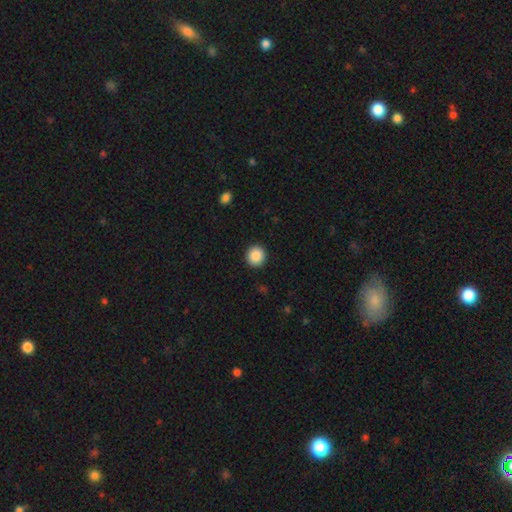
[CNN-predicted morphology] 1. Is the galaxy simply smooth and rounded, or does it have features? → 88% smooth, 8% star or artifact, 3% featured or disk.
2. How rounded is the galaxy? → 94% round, 5% in between, 1% cigar-shaped.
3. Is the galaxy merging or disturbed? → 93% none, 5% minor disturbance, 2% major disturbance, 1% merger.